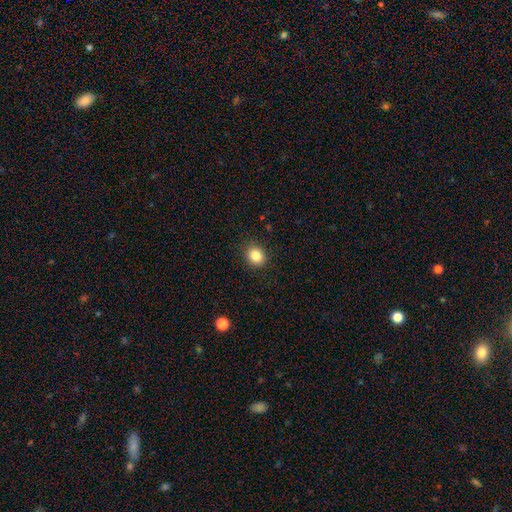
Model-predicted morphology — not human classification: smooth 84%, star or artifact 10%, featured or disk 5%. Down the decision tree: how rounded — round (65%); merging — none (89%).